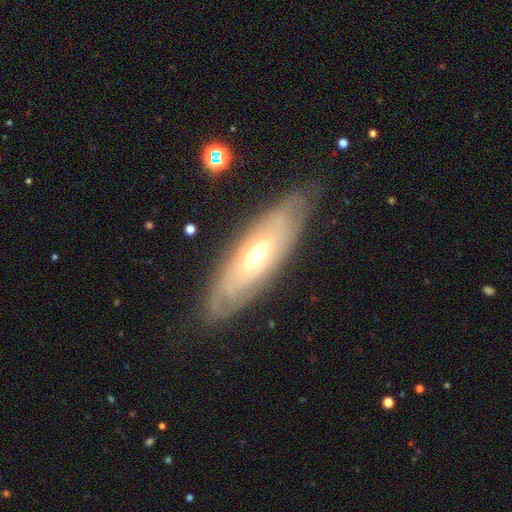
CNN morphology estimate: This is likely a featured or disk galaxy (70%). It is likely not viewed edge-on (74%). Bar: likely no (76%). Spiral arm pattern: likely yes (66%). Central bulge: likely moderate (61%). Merging: likely none (80%).